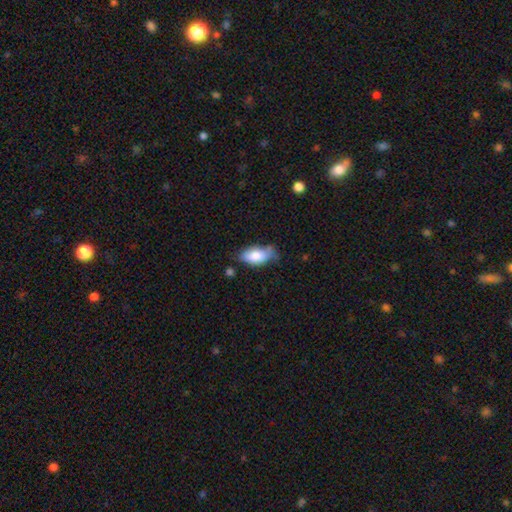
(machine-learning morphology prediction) smooth_or_featured: smooth (p=0.78) [alt: featured or disk p=0.15]
how_rounded: in between (p=0.90) [alt: cigar-shaped p=0.07]
merging: none (p=0.49) [alt: minor disturbance p=0.35]